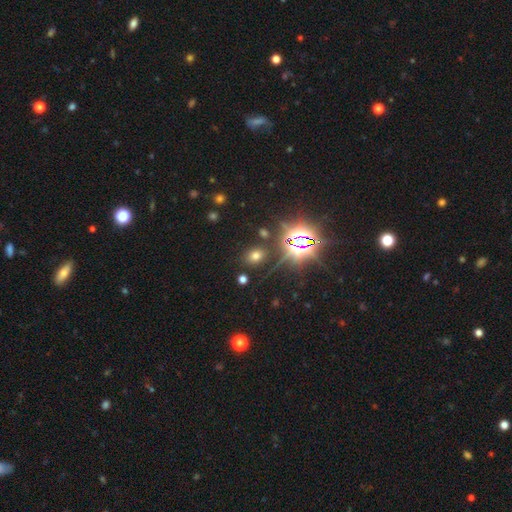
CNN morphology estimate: smooth 56%, star or artifact 35%, featured or disk 9%. Down the decision tree: how rounded — in between (63%); merging — none (83%).